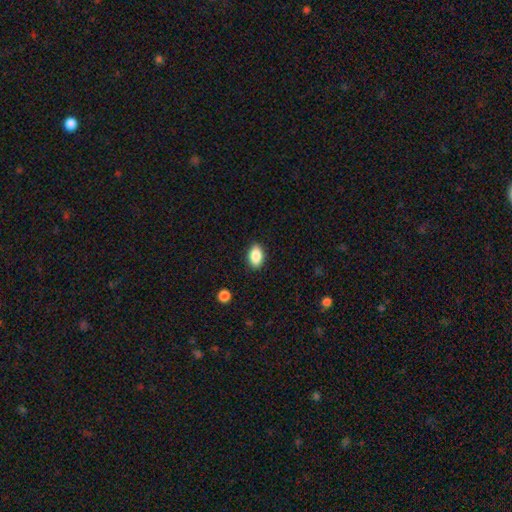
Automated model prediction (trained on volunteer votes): This is clearly a smooth galaxy (86%). How rounded: clearly in between (89%). Merging: clearly none (87%).